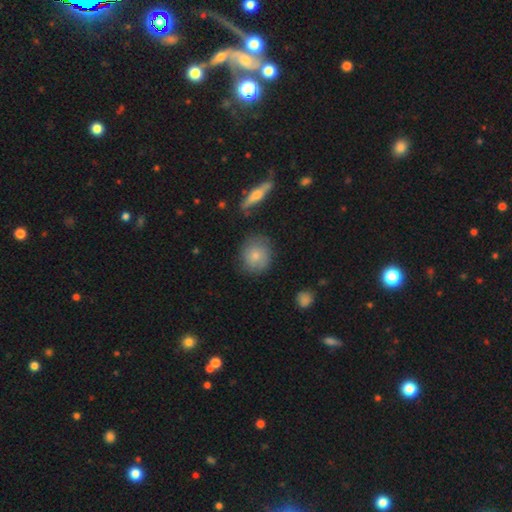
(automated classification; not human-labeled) This is likely a smooth galaxy (77%). How rounded: clearly round (82%). Merging: likely none (76%).